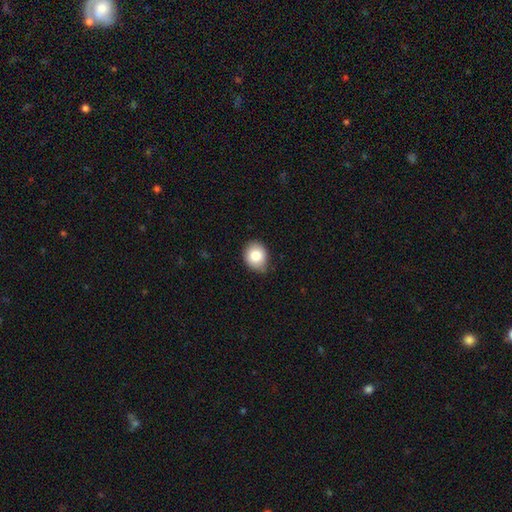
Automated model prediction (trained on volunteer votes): smooth 83%, featured or disk 9%, star or artifact 9%. Down the decision tree: how rounded — round (55%); merging — none (78%).